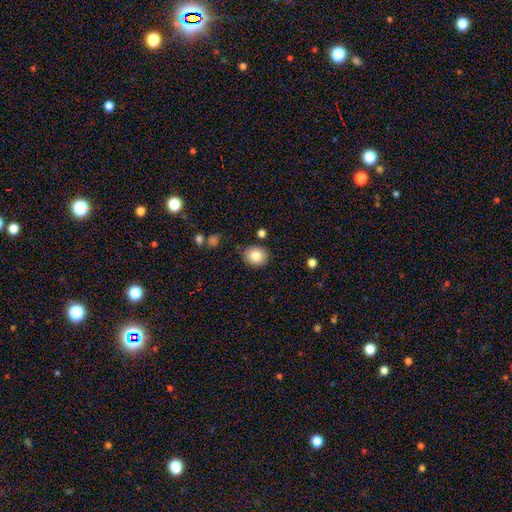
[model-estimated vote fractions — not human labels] Smooth or featured? smooth (82%)
How rounded? round (68%)
Merging? none (84%)